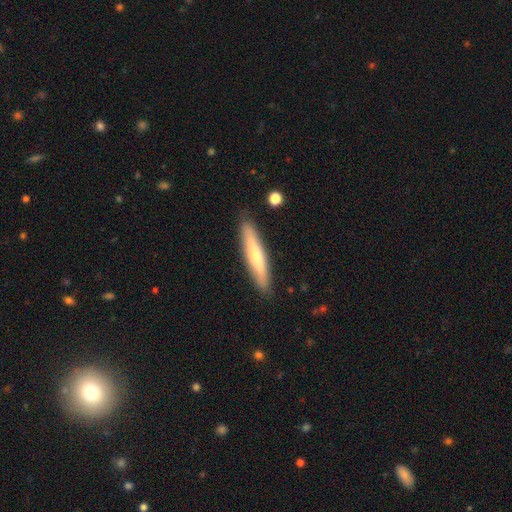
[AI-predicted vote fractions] Smooth or featured?
  - smooth: 55% *
  - featured or disk: 39%
  - star or artifact: 6%
How rounded?
  - cigar-shaped: 90% *
  - in between: 9%
  - round: 1%
Merging?
  - none: 88% *
  - minor disturbance: 9%
  - major disturbance: 2%
  - merger: 2%